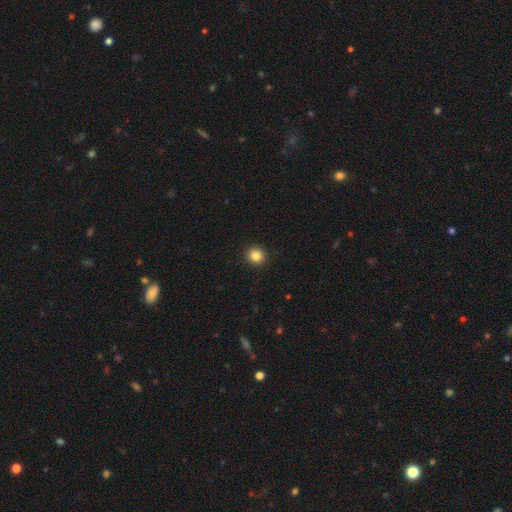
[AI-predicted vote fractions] A smooth galaxy with no disk features (85%) that is round (90%). Merging: none (93%).